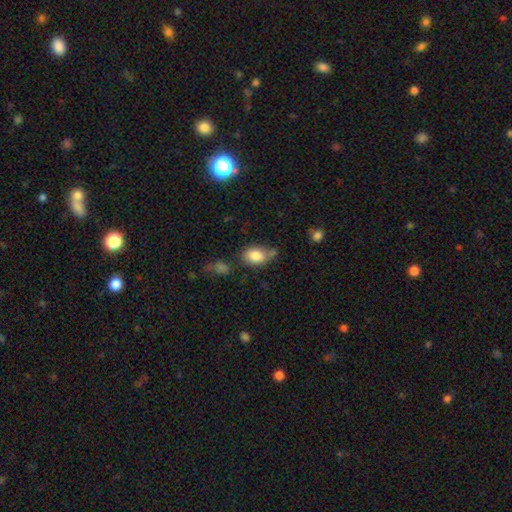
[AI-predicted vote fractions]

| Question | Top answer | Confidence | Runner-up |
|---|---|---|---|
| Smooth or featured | smooth | 82% | featured or disk (10%) |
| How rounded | in between | 78% | round (21%) |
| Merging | none | 57% | minor disturbance (24%) |